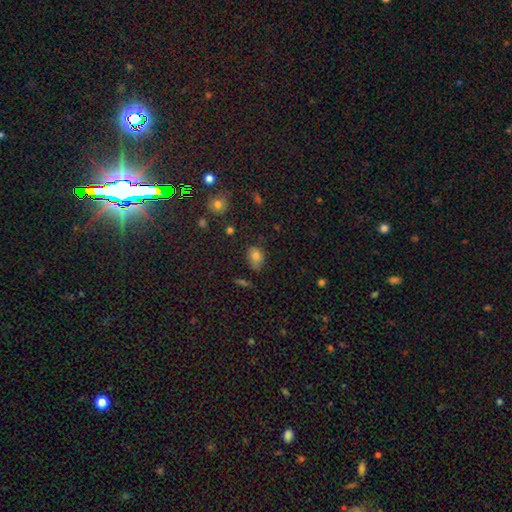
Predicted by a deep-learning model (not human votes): The model was most divided on "merging": none: 61%, minor disturbance: 29%, major disturbance: 7%, merger: 3%. More confident: smooth or featured — smooth (78%); how rounded — in between (74%).